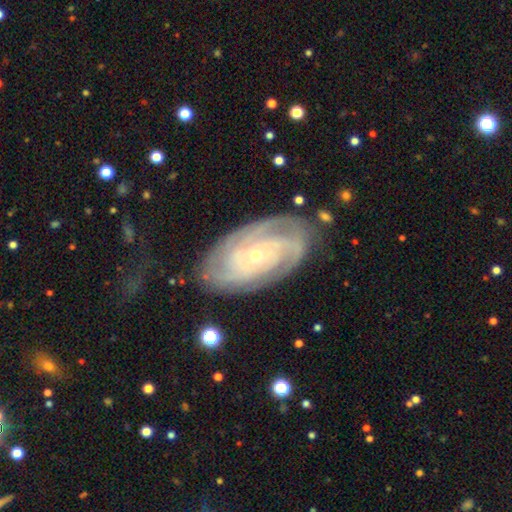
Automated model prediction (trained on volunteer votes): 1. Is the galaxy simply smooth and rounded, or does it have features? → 86% featured or disk, 8% smooth, 6% star or artifact.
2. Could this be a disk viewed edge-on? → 95% no, 5% yes.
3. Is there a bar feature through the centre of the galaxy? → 75% no, 19% weak, 6% strong.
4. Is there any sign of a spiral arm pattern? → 97% yes, 3% no.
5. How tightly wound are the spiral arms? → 72% tight, 23% medium, 5% loose.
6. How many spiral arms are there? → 26% 3, 25% can't tell, 22% 2, 16% 4, 6% more than 4, 5% 1.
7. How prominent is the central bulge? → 73% small, 24% moderate, 1% large, 1% none, 1% dominant.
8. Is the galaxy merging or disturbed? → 73% none, 18% minor disturbance, 7% major disturbance, 2% merger.